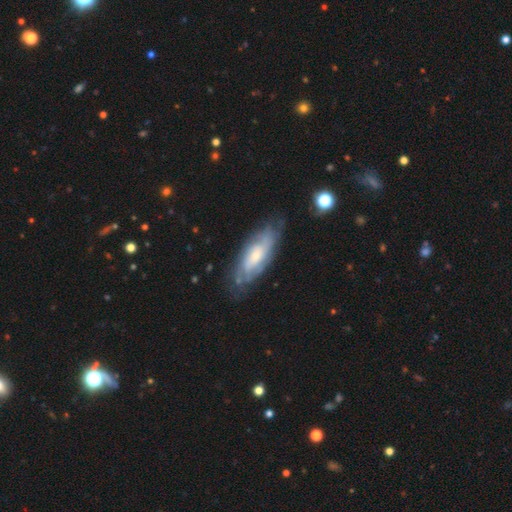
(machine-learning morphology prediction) The model was most divided on "bulge size": small: 47%, moderate: 41%, large: 6%, none: 5%, dominant: 1%. More confident: spiral arms — yes (84%); edge-on disk — no (83%); merging — none (69%); smooth or featured — featured or disk (68%); bar — no (63%).